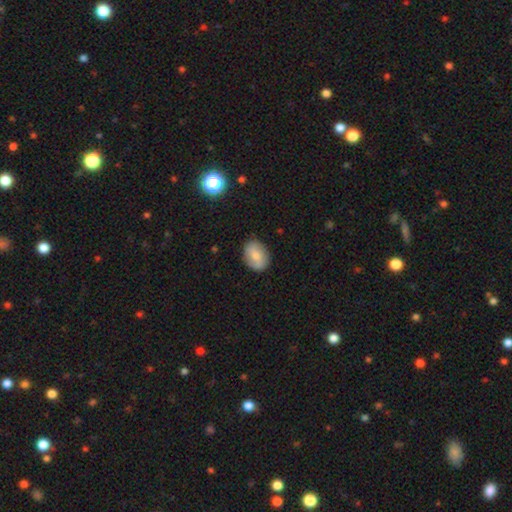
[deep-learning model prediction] The model was most divided on "how rounded": in between: 65%, round: 34%, cigar-shaped: 1%. More confident: merging — none (85%); smooth or featured — smooth (70%).